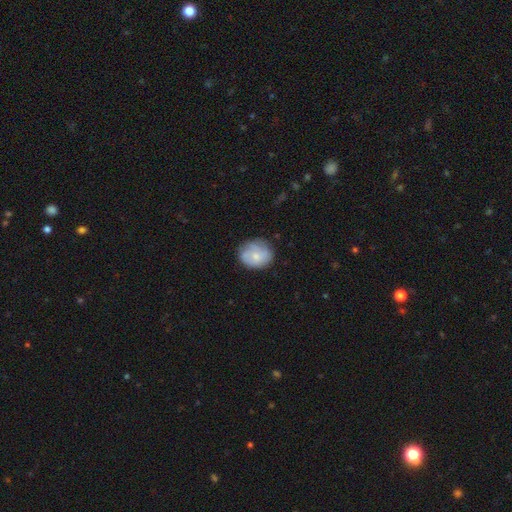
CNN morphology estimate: type=smooth (59%); roundness=round (63%); merging=none (68%).